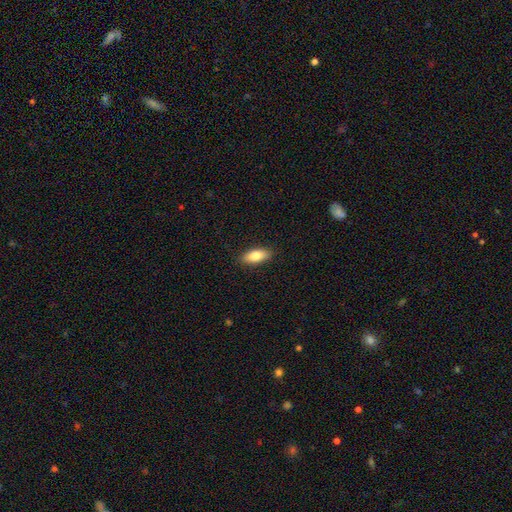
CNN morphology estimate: A smooth galaxy with no disk features (82%) that is in between round and cigar-shaped (83%). Merging: none (89%).